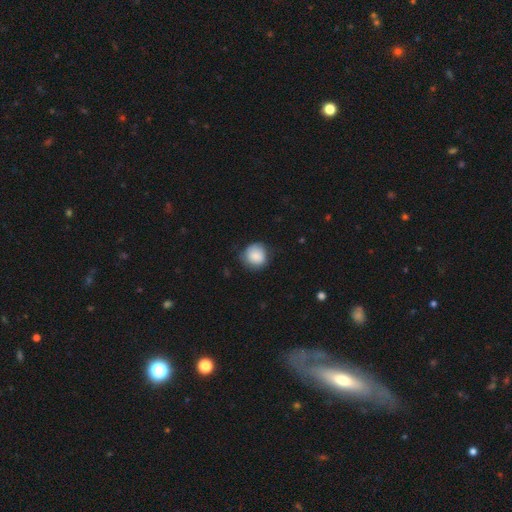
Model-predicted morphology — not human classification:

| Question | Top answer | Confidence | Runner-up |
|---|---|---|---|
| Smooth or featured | smooth | 86% | star or artifact (7%) |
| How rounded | round | 88% | in between (11%) |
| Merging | none | 71% | minor disturbance (22%) |